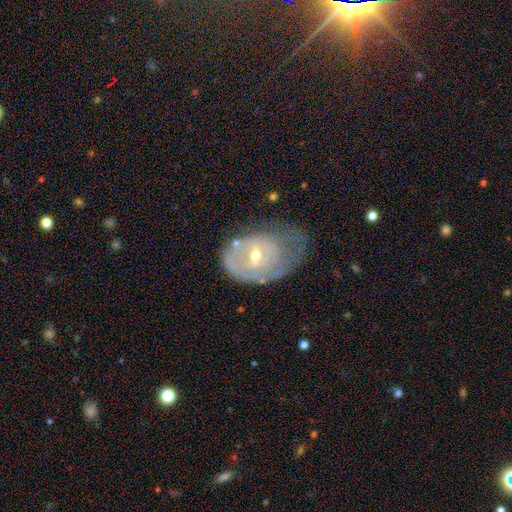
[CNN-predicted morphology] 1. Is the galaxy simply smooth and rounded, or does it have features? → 73% featured or disk, 20% smooth, 6% star or artifact.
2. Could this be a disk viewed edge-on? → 95% no, 5% yes.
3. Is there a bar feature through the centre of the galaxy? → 53% weak, 29% no, 18% strong.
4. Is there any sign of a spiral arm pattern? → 69% yes, 31% no.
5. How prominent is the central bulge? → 56% moderate, 39% small, 2% large, 1% none, 1% dominant.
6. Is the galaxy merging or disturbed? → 34% minor disturbance, 33% none, 29% major disturbance, 4% merger.